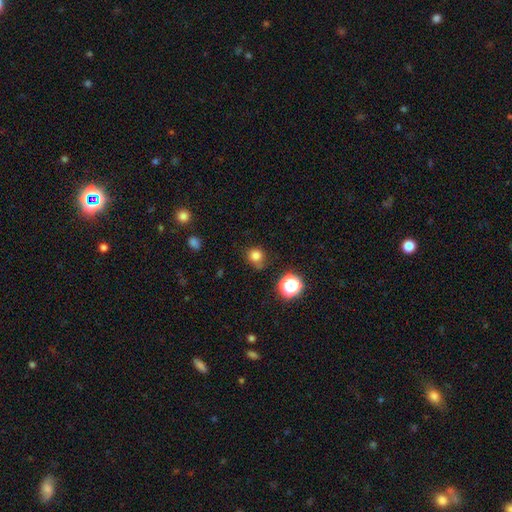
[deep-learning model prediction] This appears to be a smooth galaxy with no disk features (79%) that is round (84%). Merging: none (69%).